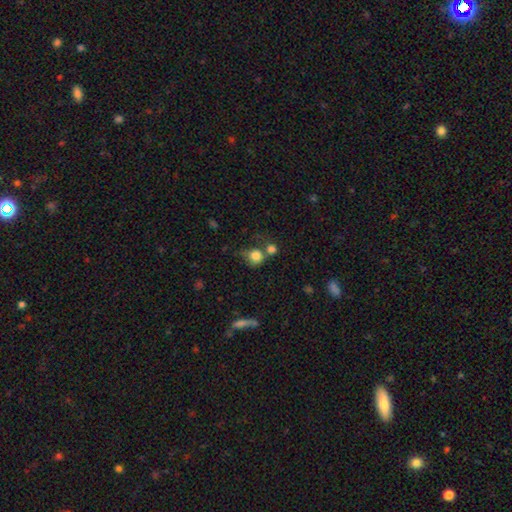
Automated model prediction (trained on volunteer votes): The model was most divided on "merging": none: 43%, merger: 29%, minor disturbance: 17%, major disturbance: 11%. More confident: how rounded — round (82%); smooth or featured — smooth (81%).